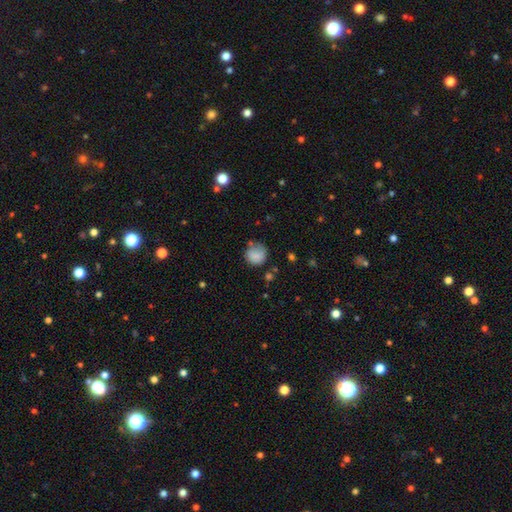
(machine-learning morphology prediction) Smooth or featured: smooth — 83% (star or artifact — 9%)
How rounded: round — 86% (in between — 13%)
Merging: none — 64% (minor disturbance — 24%)